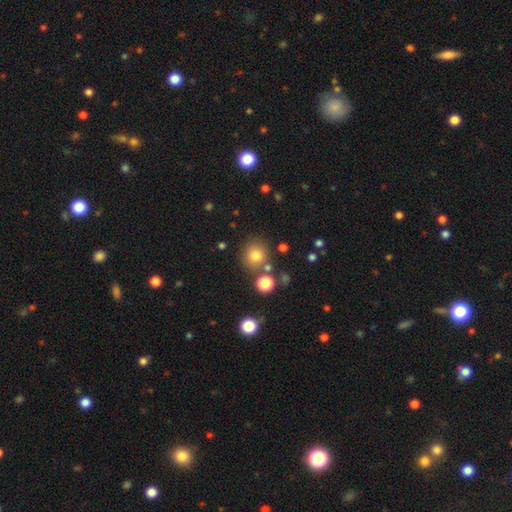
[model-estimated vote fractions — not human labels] This appears to be a smooth galaxy with no disk features (78%) that is round (89%). Merging: none (78%).